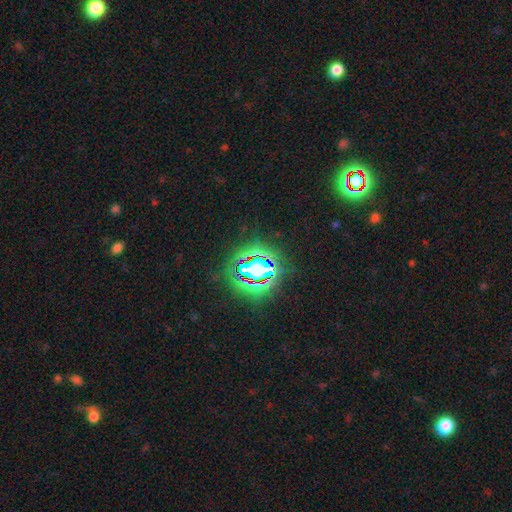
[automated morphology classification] This is clearly a star or artifact rather than a galaxy (81%).